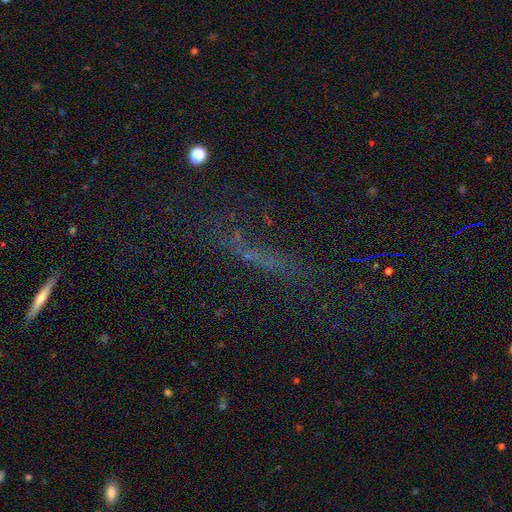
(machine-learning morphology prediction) Q: Smooth or featured?
A: smooth (37%); runner-up: star or artifact (35%)
Q: Merging?
A: none (58%); runner-up: major disturbance (18%)